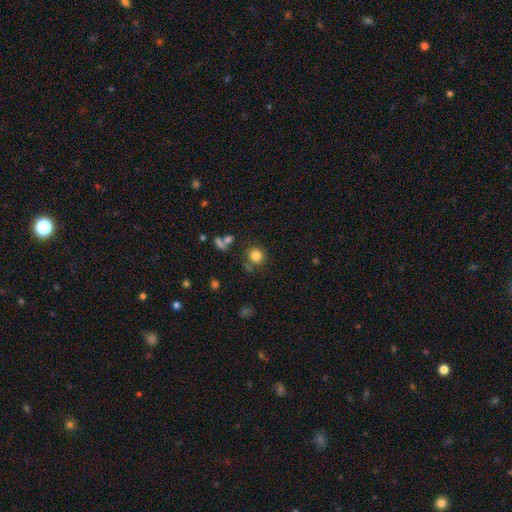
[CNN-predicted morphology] Q: Smooth or featured?
A: smooth (82%); runner-up: star or artifact (12%)
Q: How rounded?
A: round (90%); runner-up: in between (9%)
Q: Merging?
A: none (77%); runner-up: minor disturbance (10%)